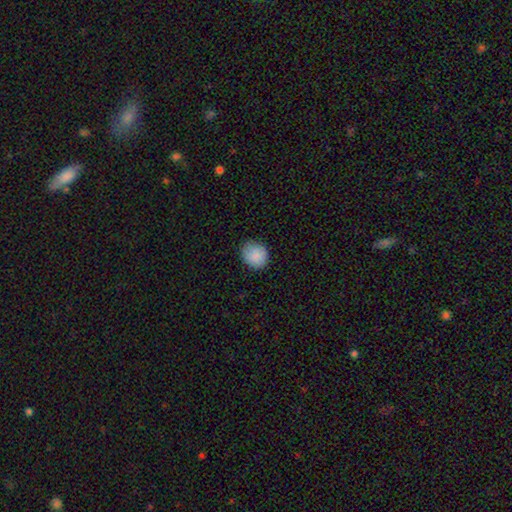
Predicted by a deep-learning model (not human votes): smooth_or_featured: smooth (p=0.88) [alt: star or artifact p=0.07]
how_rounded: round (p=0.77) [alt: in between p=0.22]
merging: none (p=0.82) [alt: minor disturbance p=0.14]